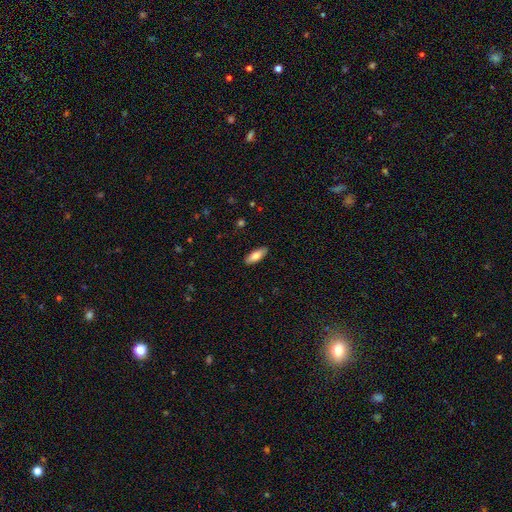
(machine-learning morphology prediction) This is likely a smooth galaxy (74%). How rounded: likely in between (64%). Merging: clearly none (89%).